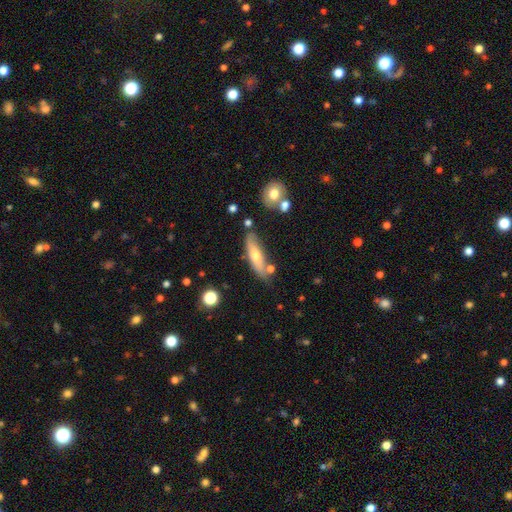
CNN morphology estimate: smooth_or_featured: smooth (p=0.53) [alt: featured or disk p=0.41]
how_rounded: cigar-shaped (p=0.64) [alt: in between p=0.33]
merging: none (p=0.72) [alt: minor disturbance p=0.16]